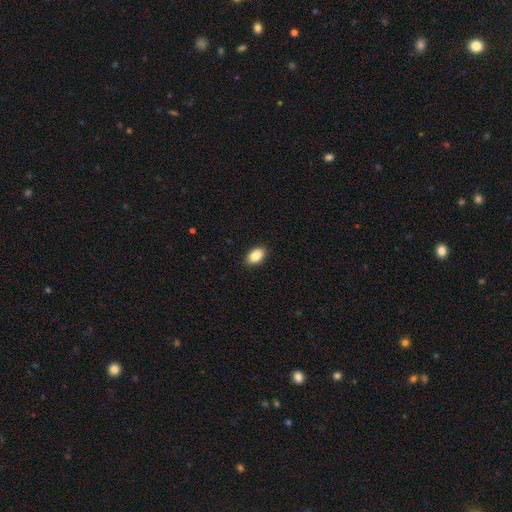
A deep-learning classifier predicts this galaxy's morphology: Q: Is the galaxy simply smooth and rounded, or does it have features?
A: smooth — 87%.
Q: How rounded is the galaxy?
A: in between — 91%.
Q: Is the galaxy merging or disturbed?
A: none — 90%.